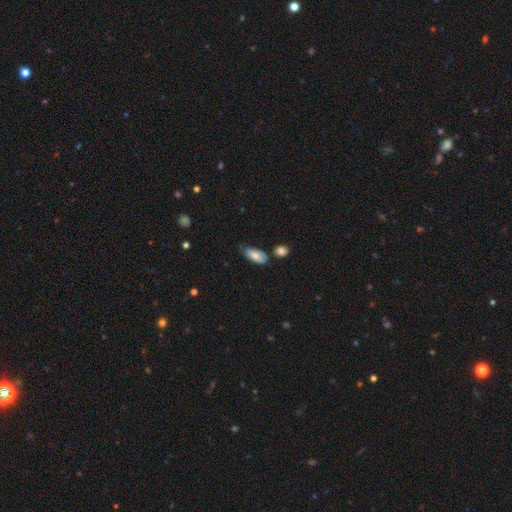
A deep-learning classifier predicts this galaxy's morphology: This is likely a smooth galaxy (75%). How rounded: clearly in between (85%). Merging: possibly none (51%).